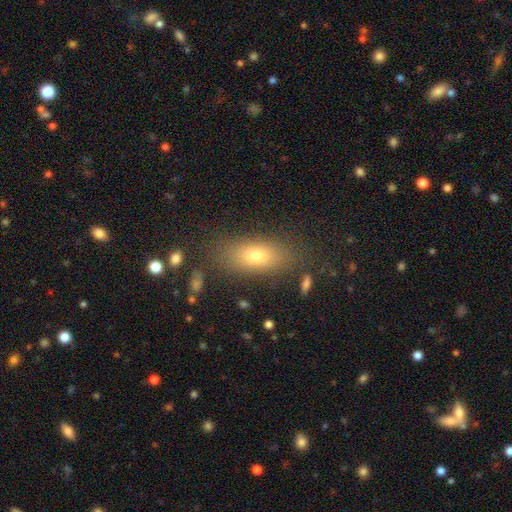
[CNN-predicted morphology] This is likely a smooth galaxy (75%). How rounded: likely in between (77%). Merging: clearly none (80%).